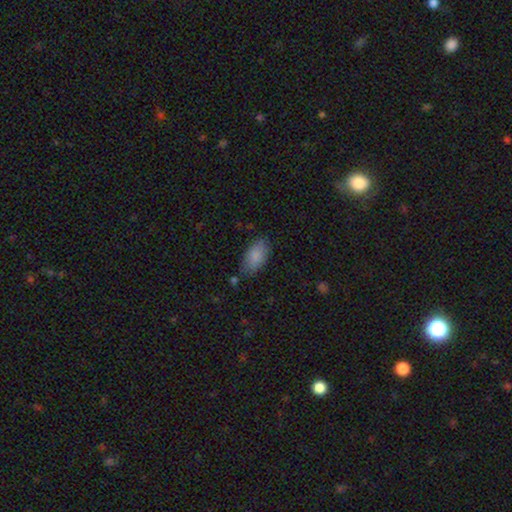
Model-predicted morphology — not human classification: This is clearly a smooth galaxy (87%). How rounded: clearly in between (93%). Merging: likely none (75%).